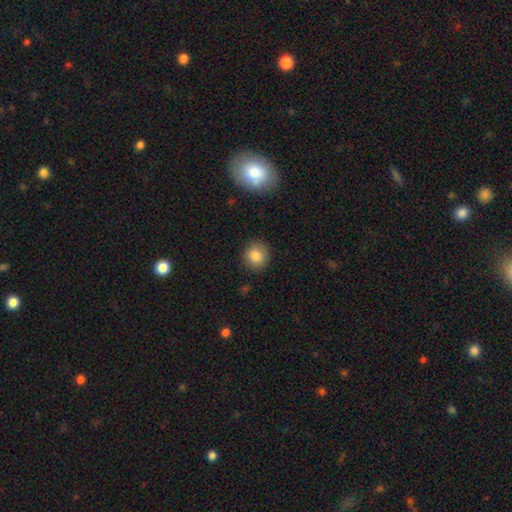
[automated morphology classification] The model was most divided on "how rounded": round: 84%, in between: 15%, cigar-shaped: 1%. More confident: merging — none (87%); smooth or featured — smooth (83%).